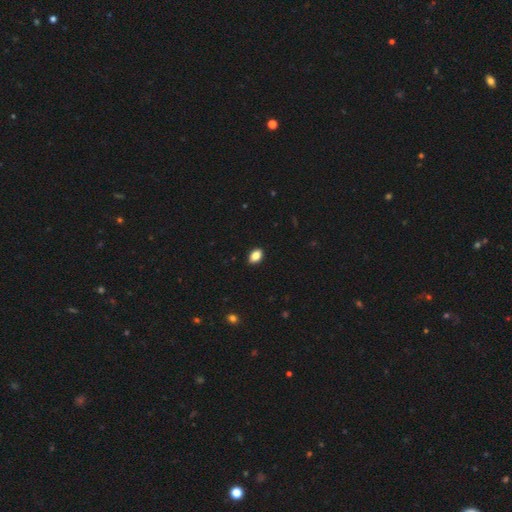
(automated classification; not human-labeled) This is clearly a smooth galaxy (86%). How rounded: clearly in between (87%). Merging: clearly none (90%).